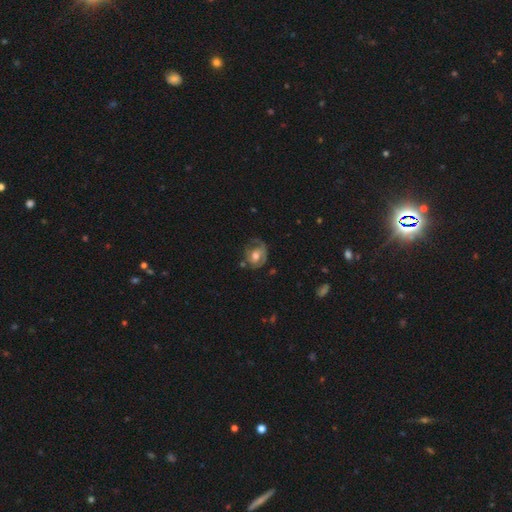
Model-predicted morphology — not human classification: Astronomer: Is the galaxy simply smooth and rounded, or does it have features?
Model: featured or disk — 58% (runner-up: smooth, 35%).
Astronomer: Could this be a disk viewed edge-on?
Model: no — 96%.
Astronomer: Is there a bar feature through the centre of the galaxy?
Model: no — 69%.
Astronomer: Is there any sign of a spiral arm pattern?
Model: yes — 59% (runner-up: no, 41%).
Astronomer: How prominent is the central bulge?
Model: moderate — 63%.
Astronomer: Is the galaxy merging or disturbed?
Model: none — 45% (runner-up: minor disturbance, 27%).